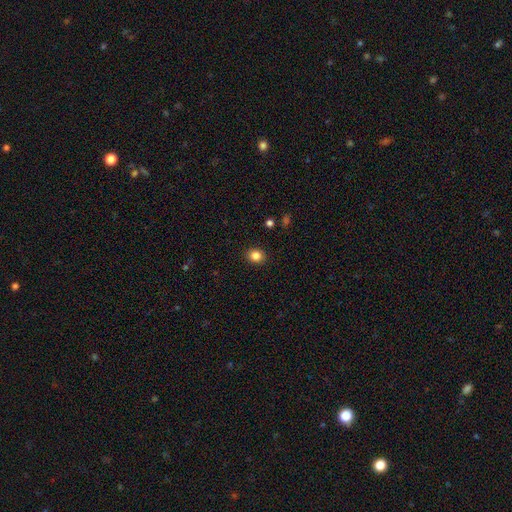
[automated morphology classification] The model was most divided on "how rounded": round: 68%, in between: 31%, cigar-shaped: 1%. More confident: merging — none (90%); smooth or featured — smooth (85%).